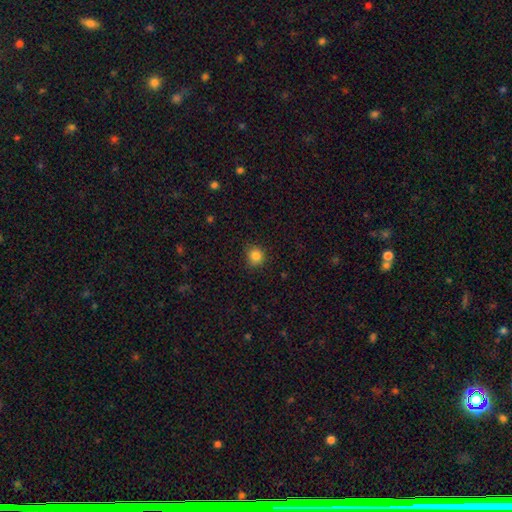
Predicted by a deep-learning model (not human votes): Morphology: type=smooth (84%); roundness=round (90%); merging=none (86%).